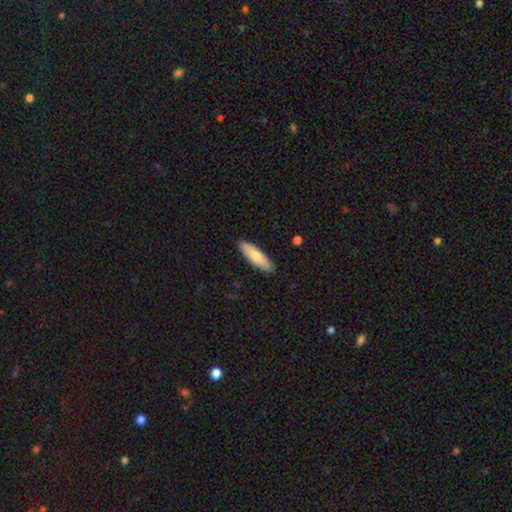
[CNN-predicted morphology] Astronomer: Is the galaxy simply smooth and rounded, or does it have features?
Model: smooth — 78%.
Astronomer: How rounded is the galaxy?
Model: cigar-shaped — 61% (runner-up: in between, 37%).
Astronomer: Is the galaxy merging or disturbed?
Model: none — 89%.